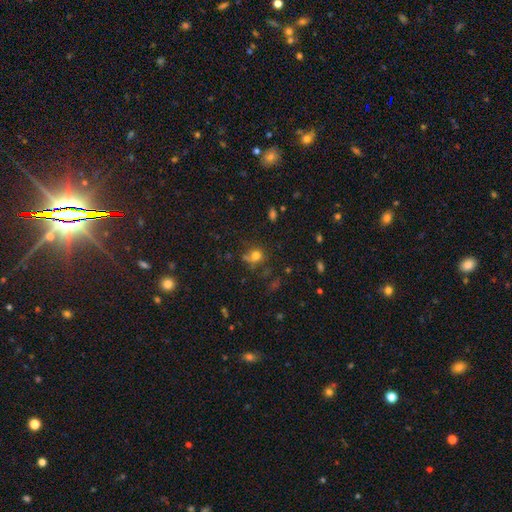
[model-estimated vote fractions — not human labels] This appears to be a smooth galaxy with no disk features (70%) that is round (79%). Merging: none (56%).